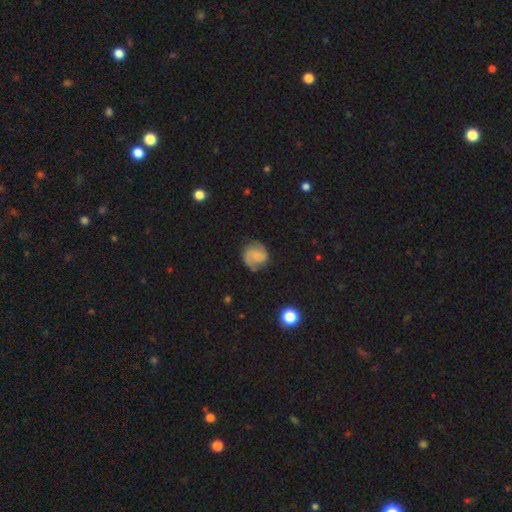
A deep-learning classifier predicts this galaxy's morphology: A featured or disk galaxy (62%) with no bar (57%), 2 (87%) medium (46%) spiral arms (93%) and no central bulge (50%).

Vote fractions:
- Smooth or featured? featured or disk: 62% / smooth: 30% / star or artifact: 9%
- Edge-on disk? no: 98% / yes: 2%
- Bar? no: 57% / weak: 35% / strong: 8%
- Spiral arms? yes: 93% / no: 7%
- Spiral winding? medium: 46% / tight: 34% / loose: 20%
- Spiral arm count? 2: 87% / can't tell: 6% / 1: 3% / 3: 2% / 4: 1% / more than 4: 1%
- Bulge size? none: 50% / small: 32% / moderate: 13% / large: 4% / dominant: 2%
- Merging? none: 76% / minor disturbance: 16% / major disturbance: 6% / merger: 2%